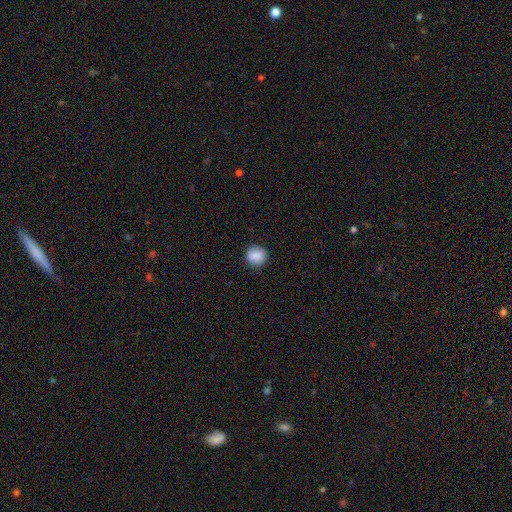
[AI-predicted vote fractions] Morphology: type=smooth (87%); roundness=round (85%); merging=none (87%).